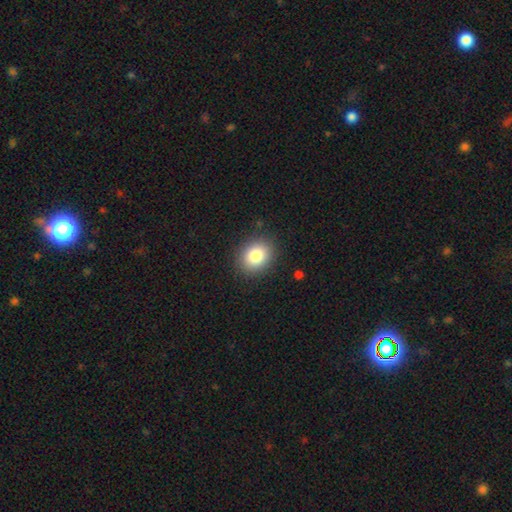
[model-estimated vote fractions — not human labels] Q: Smooth or featured?
A: smooth (83%); runner-up: star or artifact (9%)
Q: How rounded?
A: round (56%); runner-up: in between (43%)
Q: Merging?
A: none (88%); runner-up: minor disturbance (8%)